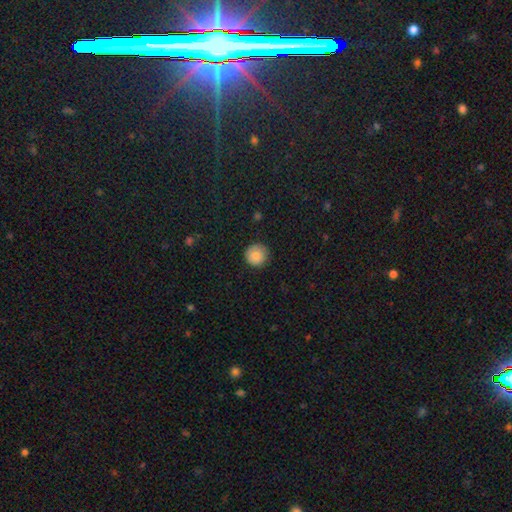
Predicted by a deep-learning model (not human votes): smooth-or-featured: smooth: 84% | star or artifact: 8% | featured or disk: 8%
  how-rounded: round: 94% | in between: 5% | cigar-shaped: 1%
  merging: none: 85% | minor disturbance: 11% | major disturbance: 3% | merger: 1%